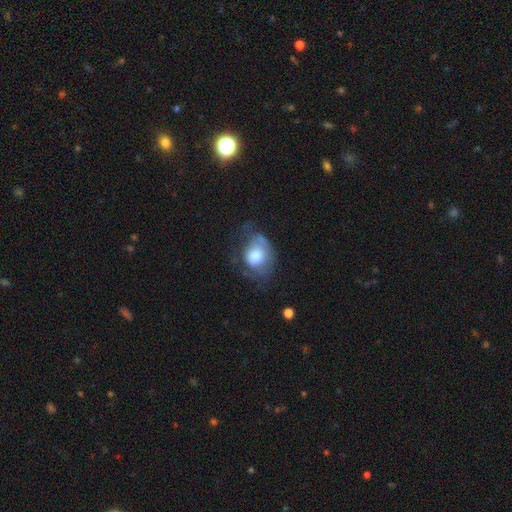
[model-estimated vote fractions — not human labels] Smooth or featured: smooth — 65% (featured or disk — 27%)
How rounded: round — 52% (in between — 47%)
Merging: none — 36% (major disturbance — 31%)